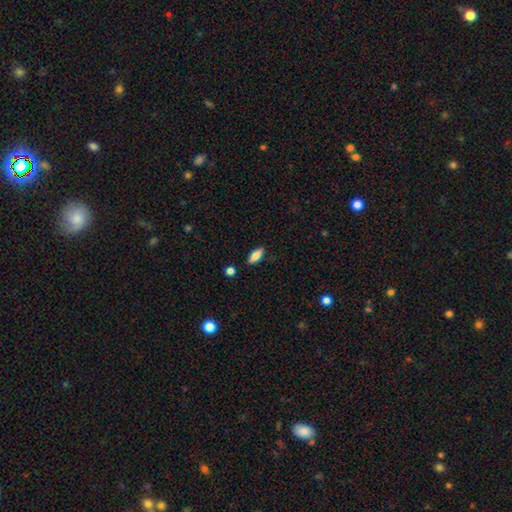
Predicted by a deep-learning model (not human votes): The model was most divided on "how rounded": in between: 72%, cigar-shaped: 26%, round: 3%. More confident: merging — none (87%); smooth or featured — smooth (77%).